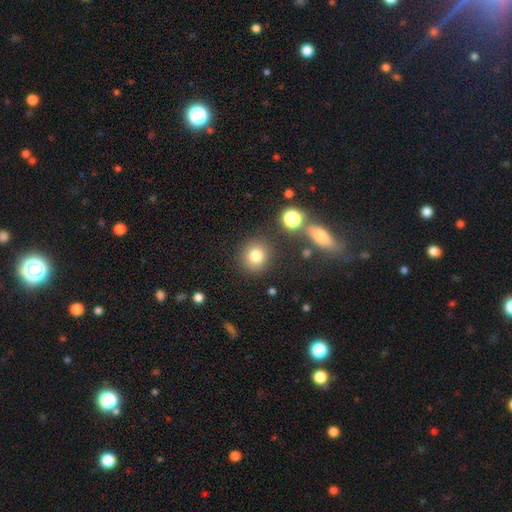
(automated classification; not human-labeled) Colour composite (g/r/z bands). It shows a smooth galaxy with no disk features (79%) that is round (88%). Merging: none (84%).